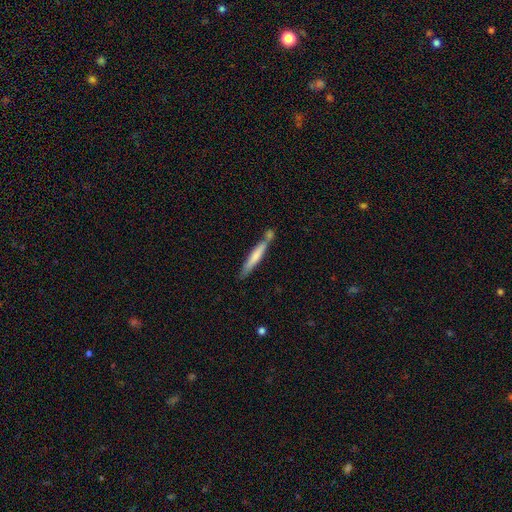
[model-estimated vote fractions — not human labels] smooth 60%, featured or disk 34%, star or artifact 5%. Down the decision tree: how rounded — cigar-shaped (94%); merging — none (62%).